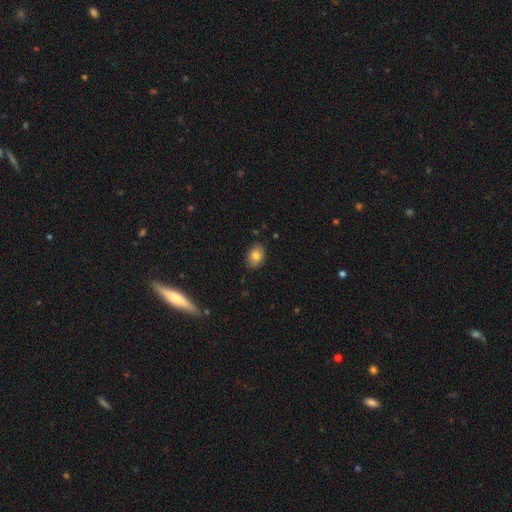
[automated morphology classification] This is clearly a smooth galaxy (83%). How rounded: likely in between (73%). Merging: clearly none (85%).